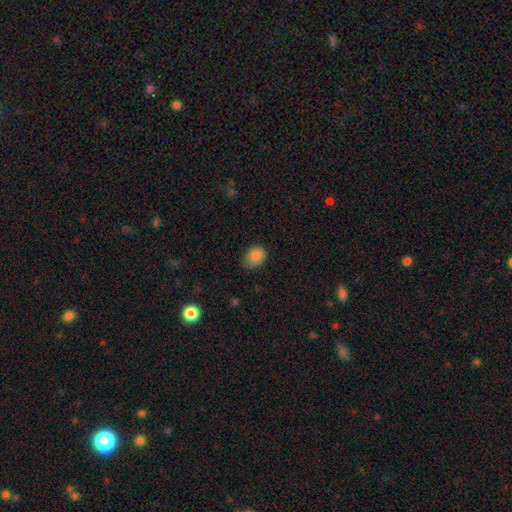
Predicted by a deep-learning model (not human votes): A smooth galaxy with no disk features (84%) that is in between round and cigar-shaped (61%). Merging: none (68%).